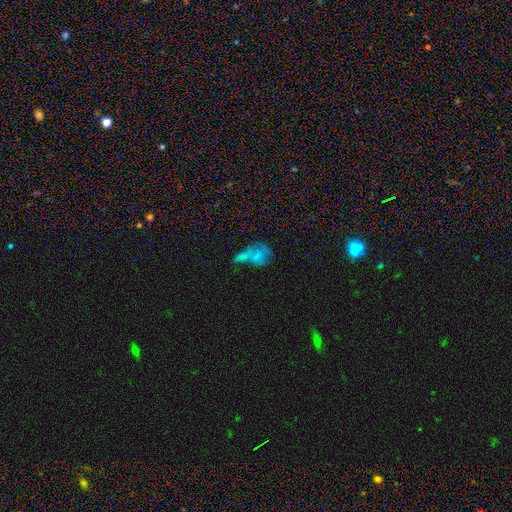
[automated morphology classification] A smooth galaxy with no disk features (59%) that is round (51%).

Vote fractions:
- Smooth or featured? smooth: 59% / featured or disk: 25% / star or artifact: 16%
- How rounded? round: 51% / in between: 46% / cigar-shaped: 3%
- Merging? merger: 56% / none: 23% / minor disturbance: 12% / major disturbance: 9%